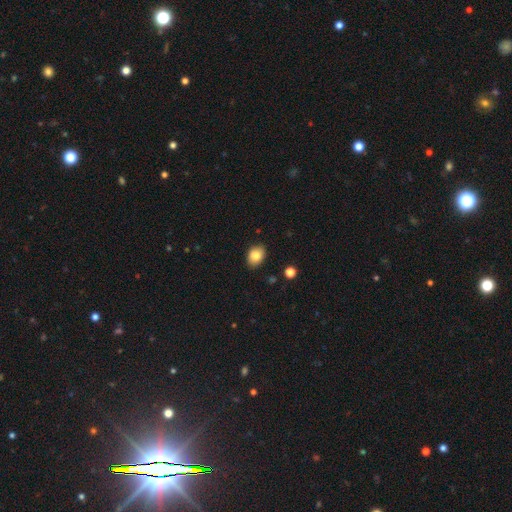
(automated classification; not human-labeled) Q: Smooth or featured?
A: smooth (82%); runner-up: featured or disk (9%)
Q: How rounded?
A: in between (68%); runner-up: round (31%)
Q: Merging?
A: none (86%); runner-up: minor disturbance (11%)